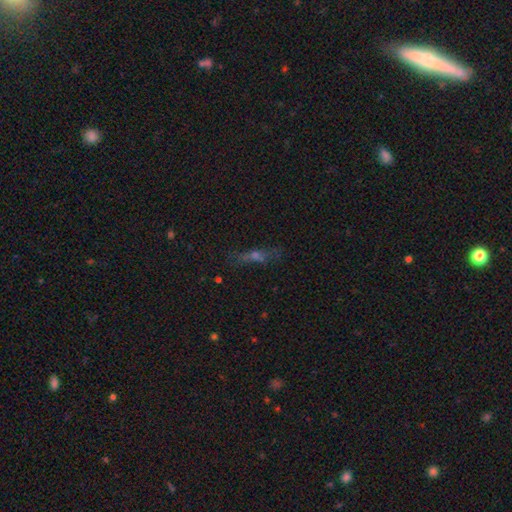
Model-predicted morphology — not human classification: This is marginally a featured or disk galaxy (40%). Merging: likely none (73%).